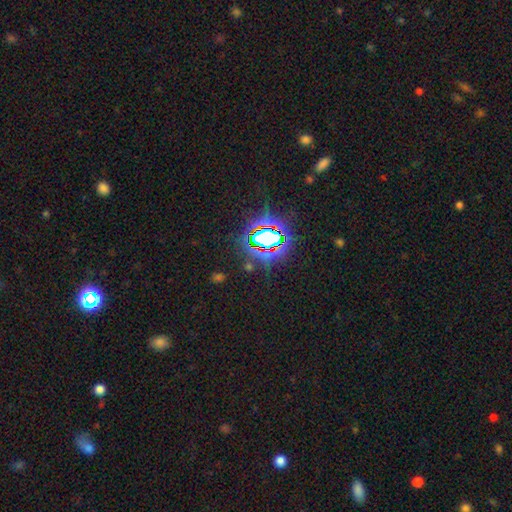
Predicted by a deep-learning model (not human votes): Overall: star or artifact (82%).